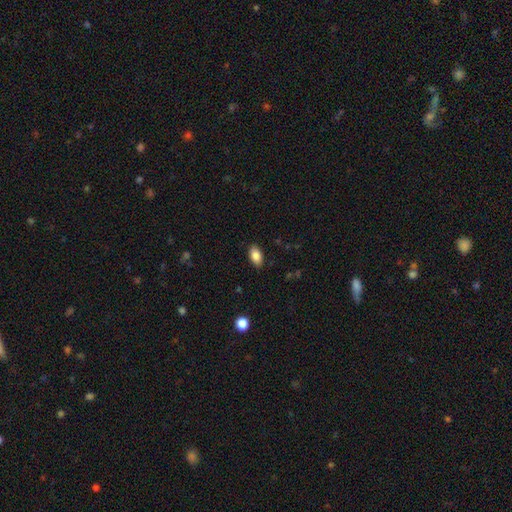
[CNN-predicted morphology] Smooth or featured?
  - smooth: 86% *
  - star or artifact: 8%
  - featured or disk: 7%
How rounded?
  - in between: 92% *
  - round: 5%
  - cigar-shaped: 3%
Merging?
  - none: 88% *
  - minor disturbance: 9%
  - major disturbance: 2%
  - merger: 1%